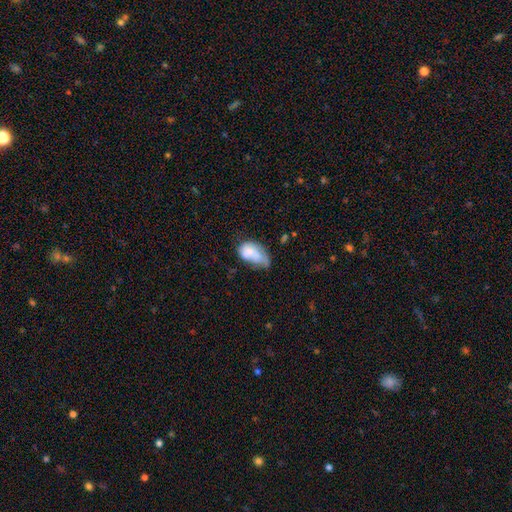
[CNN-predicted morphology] This appears to be a smooth galaxy with no disk features (68%) that is in between round and cigar-shaped (90%). Merging: minor disturbance (36%).